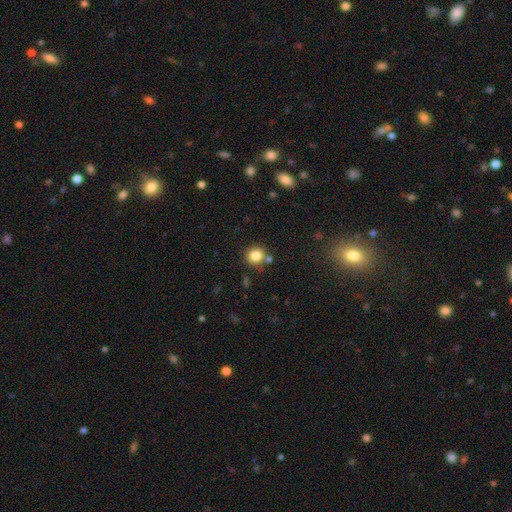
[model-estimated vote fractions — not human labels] smooth 83%, star or artifact 11%, featured or disk 6%. Down the decision tree: how rounded — round (89%); merging — none (78%).